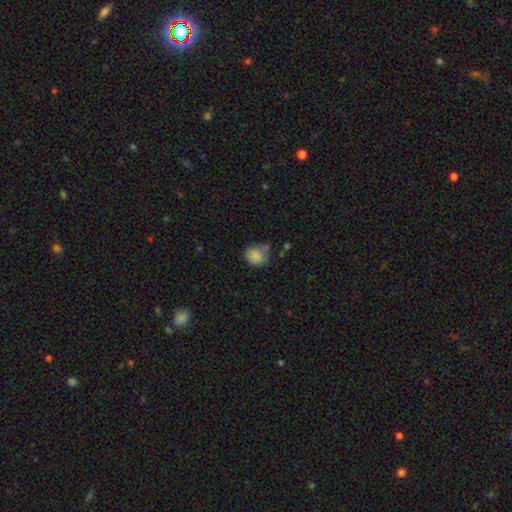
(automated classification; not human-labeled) A smooth galaxy with no disk features (82%) that is round (74%).

Vote fractions:
- Smooth or featured? smooth: 82% / featured or disk: 9% / star or artifact: 9%
- How rounded? round: 74% / in between: 25% / cigar-shaped: 1%
- Merging? none: 55% / minor disturbance: 28% / major disturbance: 9% / merger: 8%